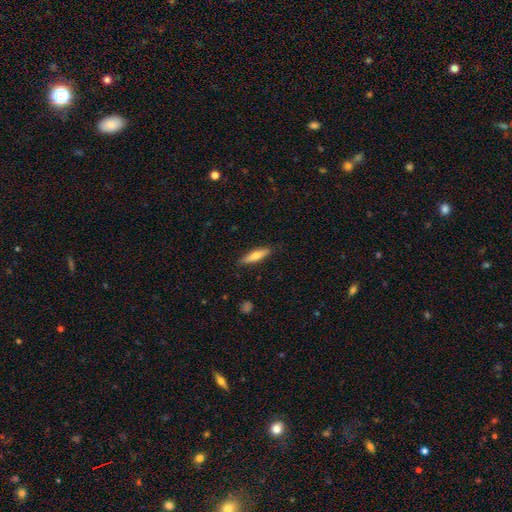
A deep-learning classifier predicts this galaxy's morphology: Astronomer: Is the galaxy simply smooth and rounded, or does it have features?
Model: smooth — 64%.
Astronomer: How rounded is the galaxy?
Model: cigar-shaped — 74%.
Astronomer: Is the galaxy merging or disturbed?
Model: none — 87%.